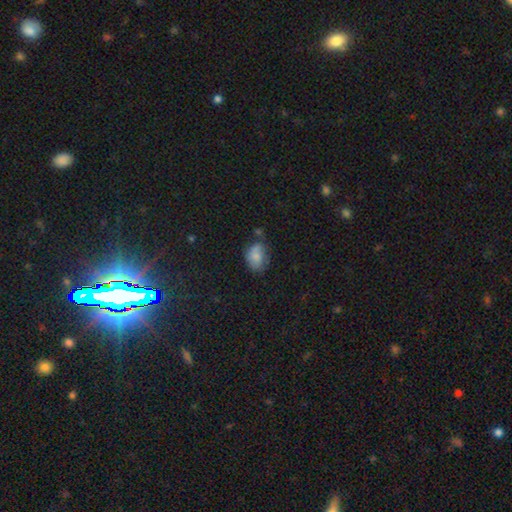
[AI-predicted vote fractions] Overall: smooth (72%). How rounded: in between (79%). Merging: none (53%; minor disturbance 31%).